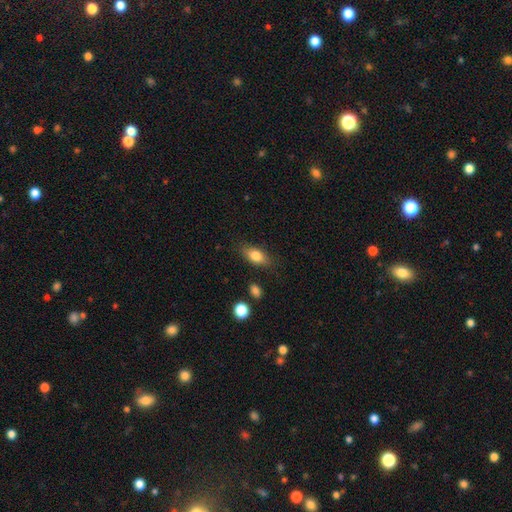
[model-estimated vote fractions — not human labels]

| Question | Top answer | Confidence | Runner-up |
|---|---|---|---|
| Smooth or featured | smooth | 79% | featured or disk (13%) |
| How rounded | in between | 82% | cigar-shaped (10%) |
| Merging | none | 81% | minor disturbance (13%) |